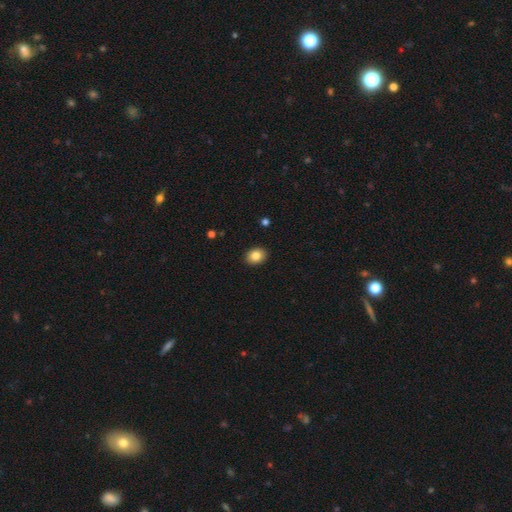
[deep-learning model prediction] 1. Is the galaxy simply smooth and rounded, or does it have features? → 85% smooth, 9% star or artifact, 6% featured or disk.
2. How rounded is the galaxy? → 61% in between, 38% round, 1% cigar-shaped.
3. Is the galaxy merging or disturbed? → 90% none, 7% minor disturbance, 2% major disturbance, 1% merger.